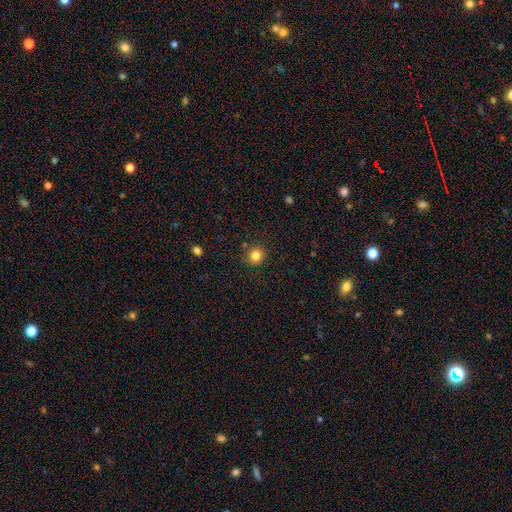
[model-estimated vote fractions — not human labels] smooth 83%, star or artifact 12%, featured or disk 5%. Down the decision tree: how rounded — round (92%); merging — none (88%).